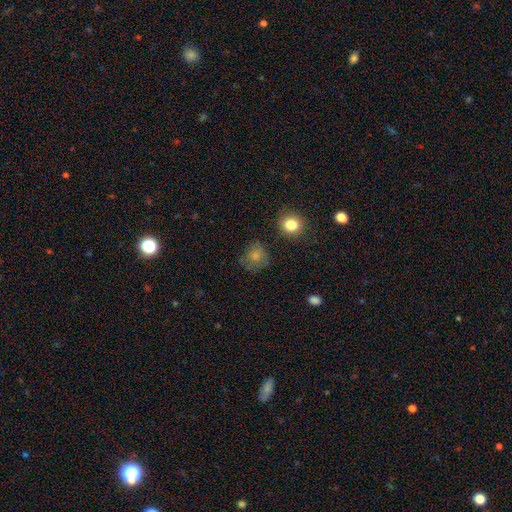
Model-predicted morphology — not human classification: This appears to be a smooth galaxy with no disk features (76%) that is round (82%). Merging: none (64%).